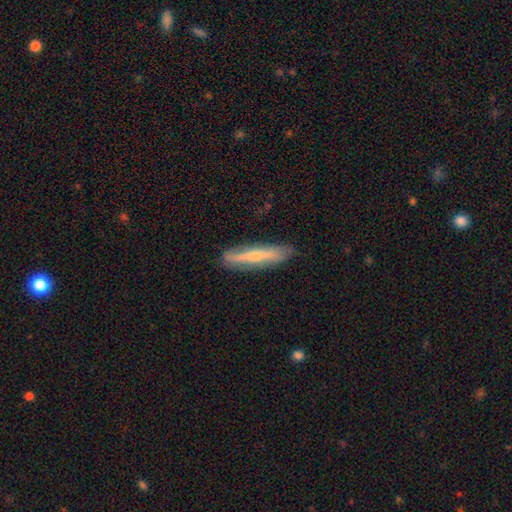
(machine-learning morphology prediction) Q: Smooth or featured?
A: featured or disk (50%); runner-up: smooth (44%)
Q: Edge-on disk?
A: yes (77%); runner-up: no (23%)
Q: Merging?
A: none (82%); runner-up: minor disturbance (14%)